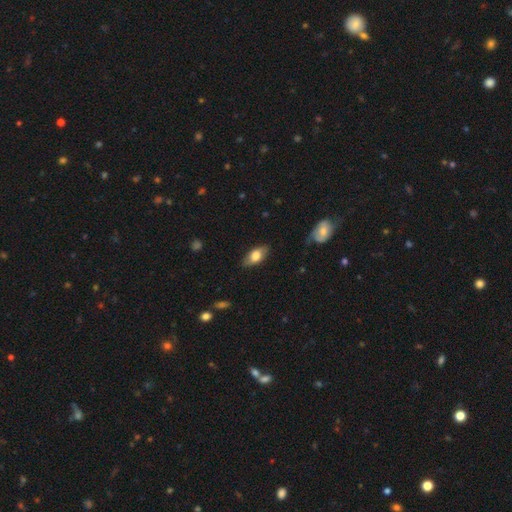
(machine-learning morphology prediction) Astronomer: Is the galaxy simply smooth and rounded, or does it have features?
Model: smooth — 69%.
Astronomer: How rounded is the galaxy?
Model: in between — 88%.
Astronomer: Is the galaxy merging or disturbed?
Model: none — 80%.